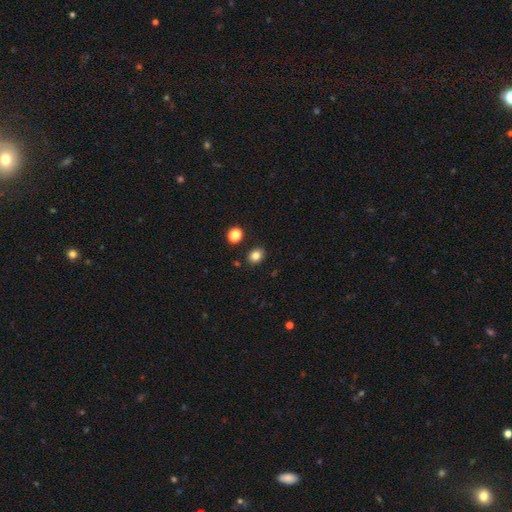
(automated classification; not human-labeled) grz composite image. It shows a smooth galaxy with no disk features (82%) that is round (57%). Merging: none (87%).